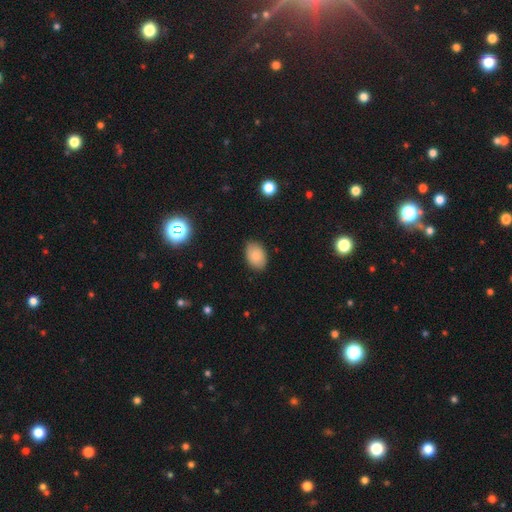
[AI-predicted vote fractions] smooth 80%, featured or disk 11%, star or artifact 9%. Down the decision tree: how rounded — in between (84%); merging — none (83%).